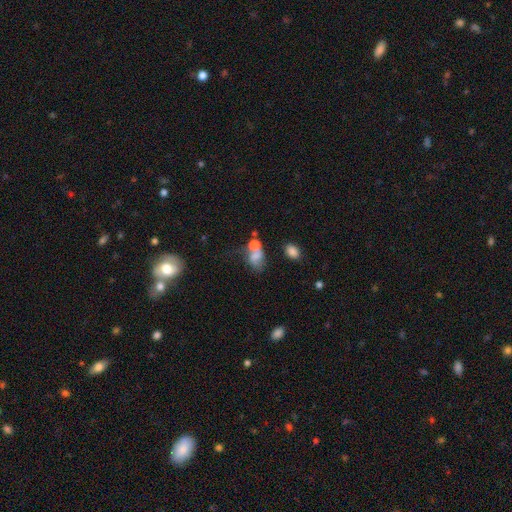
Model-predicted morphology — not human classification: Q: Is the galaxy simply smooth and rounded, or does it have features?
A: smooth — 61%.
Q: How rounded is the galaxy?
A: in between — 74%.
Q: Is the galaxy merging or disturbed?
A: merger — 35%.